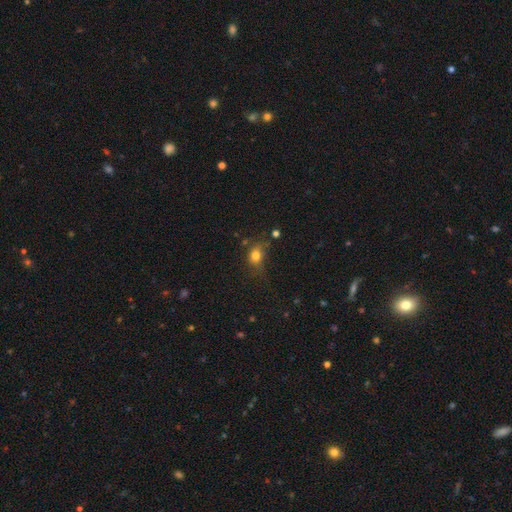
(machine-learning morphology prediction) A smooth galaxy with no disk features (76%) that is in between round and cigar-shaped (53%).

Vote fractions:
- Smooth or featured? smooth: 76% / star or artifact: 14% / featured or disk: 11%
- How rounded? in between: 53% / round: 45% / cigar-shaped: 2%
- Merging? none: 57% / minor disturbance: 26% / major disturbance: 13% / merger: 4%